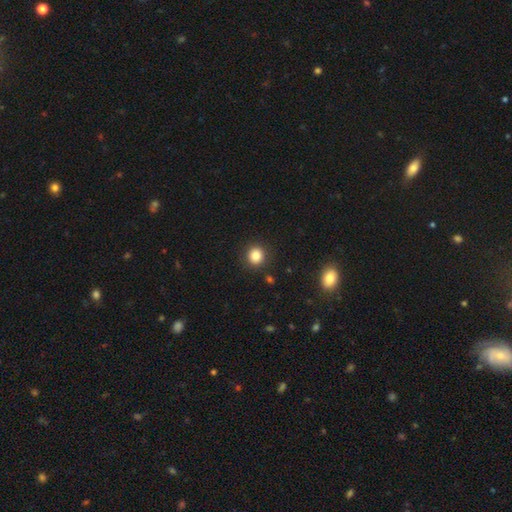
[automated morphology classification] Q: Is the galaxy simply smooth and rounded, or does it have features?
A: smooth — 84%.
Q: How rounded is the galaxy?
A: round — 87%.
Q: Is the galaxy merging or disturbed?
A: none — 90%.